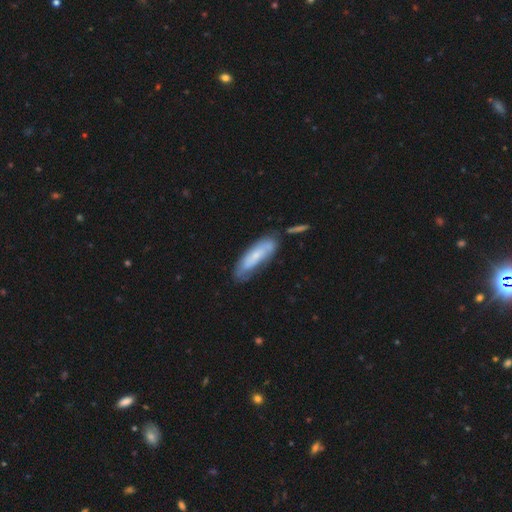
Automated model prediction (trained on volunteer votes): Smooth or featured: smooth — 52% (featured or disk — 41%)
How rounded: cigar-shaped — 55% (in between — 44%)
Merging: none — 57% (minor disturbance — 25%)